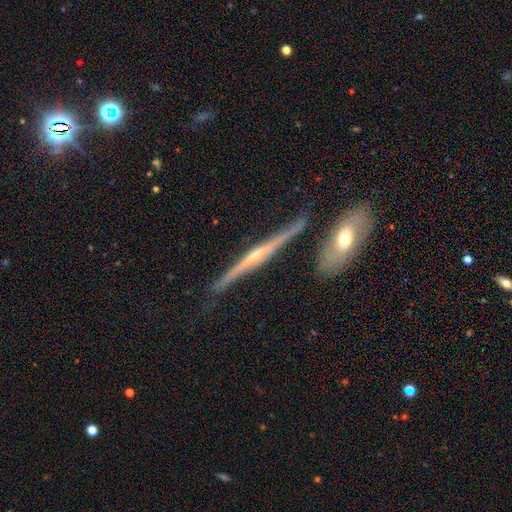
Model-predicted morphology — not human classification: Q: Smooth or featured?
A: featured or disk (80%); runner-up: smooth (12%)
Q: Edge-on disk?
A: yes (97%); runner-up: no (3%)
Q: Edge-on bulge?
A: rounded (74%); runner-up: none (19%)
Q: Merging?
A: none (80%); runner-up: minor disturbance (13%)